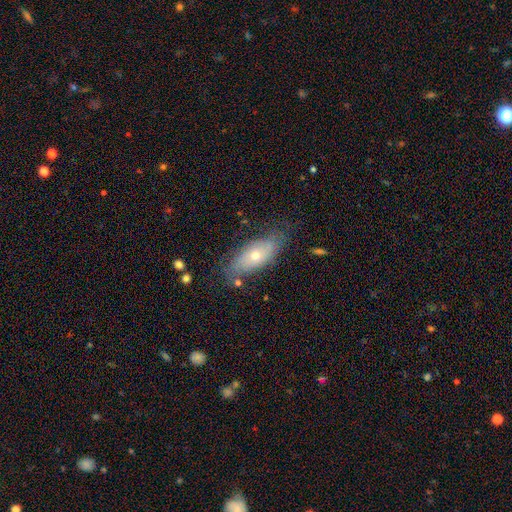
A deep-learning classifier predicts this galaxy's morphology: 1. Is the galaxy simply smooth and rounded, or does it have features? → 51% smooth, 41% featured or disk, 8% star or artifact.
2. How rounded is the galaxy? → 81% in between, 15% cigar-shaped, 4% round.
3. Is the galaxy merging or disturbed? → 73% none, 20% minor disturbance, 5% major disturbance, 2% merger.